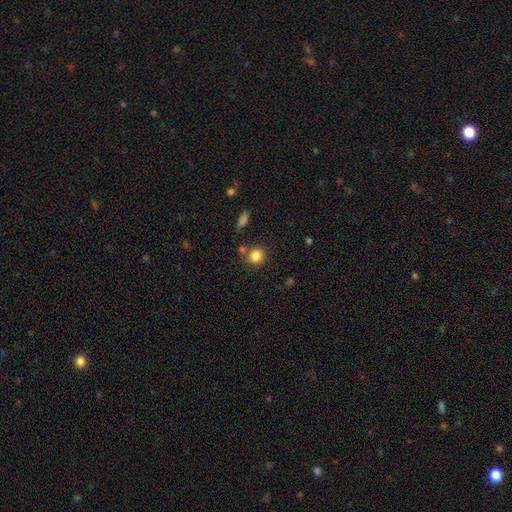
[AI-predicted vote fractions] A smooth galaxy with no disk features (84%) that is round (87%). Merging: none (74%).